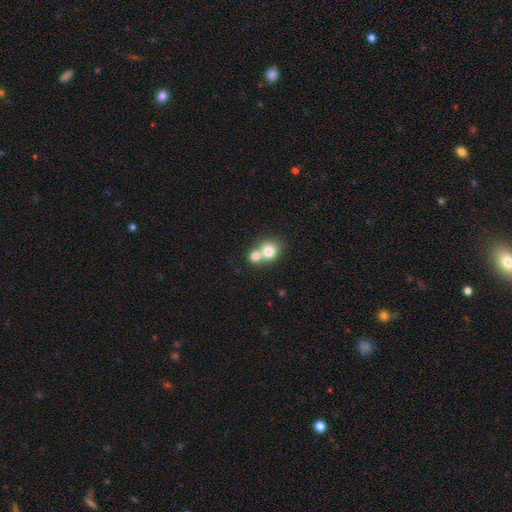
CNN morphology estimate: Smooth or featured? smooth (77%)
How rounded? round (76%)
Merging? merger (60%)